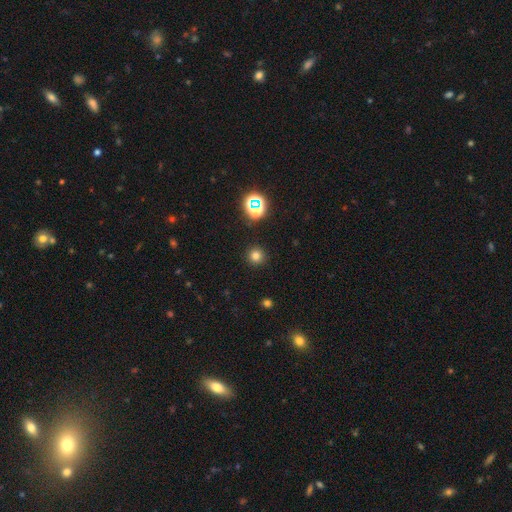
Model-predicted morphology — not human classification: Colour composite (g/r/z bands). It shows a smooth galaxy with no disk features (75%) that is round (95%). Merging: none (91%).